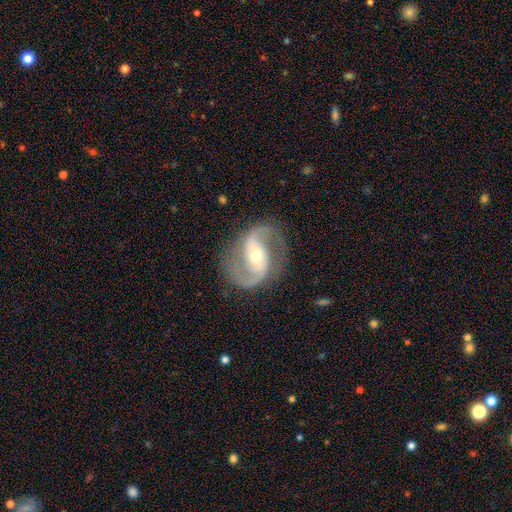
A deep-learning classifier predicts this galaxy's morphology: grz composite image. It shows a featured or disk galaxy (91%) with a weak bar (36%), 2 (94%) medium (54%) spiral arms (98%) and a moderate central bulge (55%). Merging: none (82%).